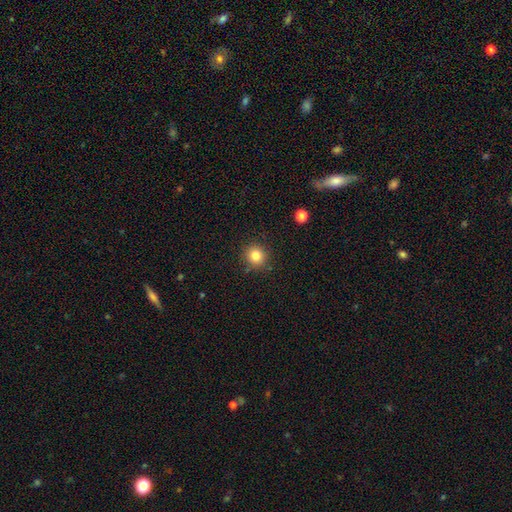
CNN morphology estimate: Q: Smooth or featured?
A: smooth (83%); runner-up: star or artifact (12%)
Q: How rounded?
A: round (92%); runner-up: in between (7%)
Q: Merging?
A: none (88%); runner-up: minor disturbance (8%)